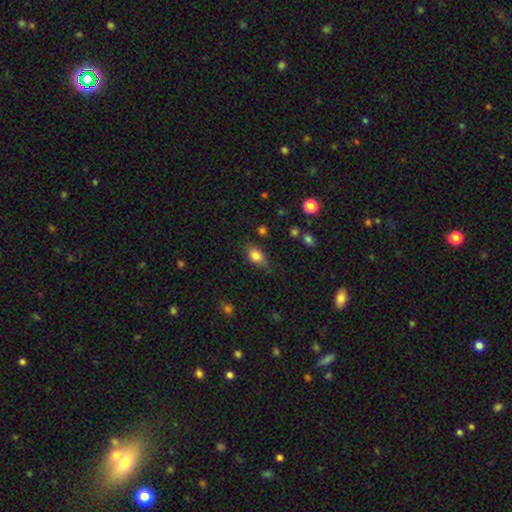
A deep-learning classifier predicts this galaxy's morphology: Smooth or featured? Predicted: smooth (p=0.81). How rounded? Predicted: in between (p=0.84). Merging? Predicted: none (p=0.69).